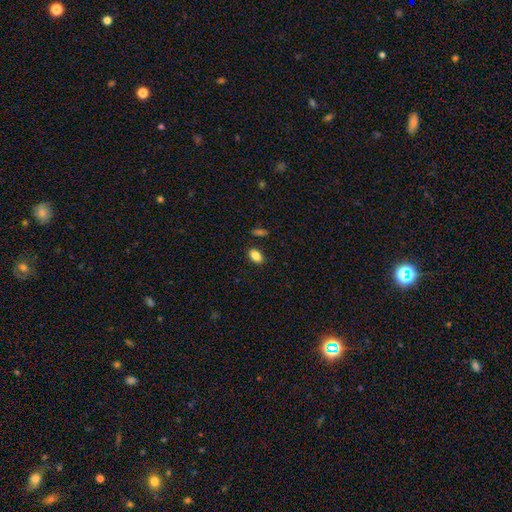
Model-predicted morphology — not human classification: Smooth or featured? smooth (84%)
How rounded? in between (89%)
Merging? none (86%)